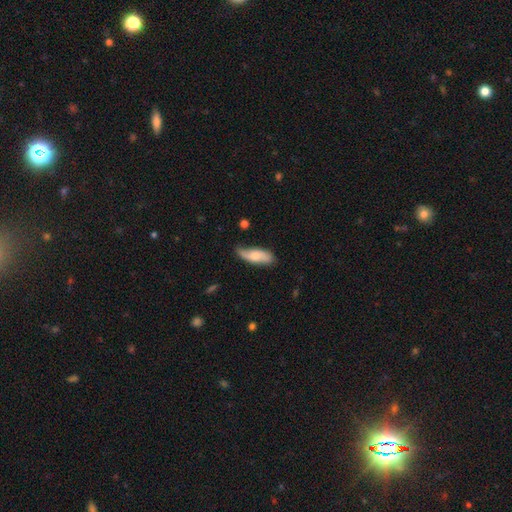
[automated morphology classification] The model was most divided on "smooth or featured": smooth: 56%, featured or disk: 38%, star or artifact: 6%. More confident: merging — none (68%); how rounded — in between (62%).